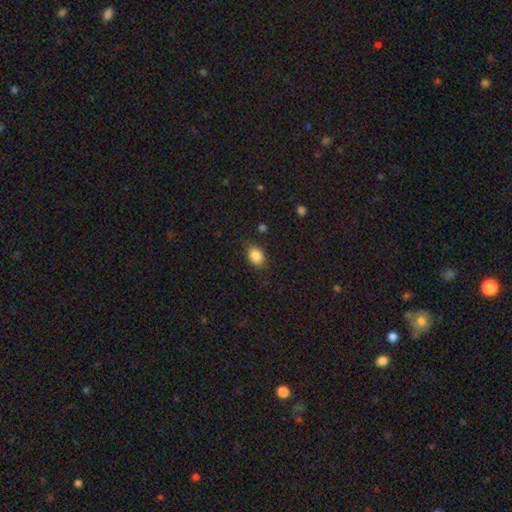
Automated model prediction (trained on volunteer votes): A smooth galaxy with no disk features (86%) that is in between round and cigar-shaped (70%). Merging: none (81%).